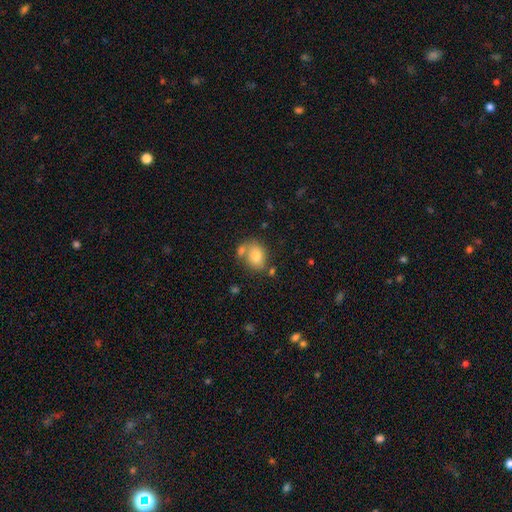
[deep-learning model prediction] Smooth or featured? Predicted: smooth (p=0.77). How rounded? Predicted: in between (p=0.64). Merging? Predicted: none (p=0.53).